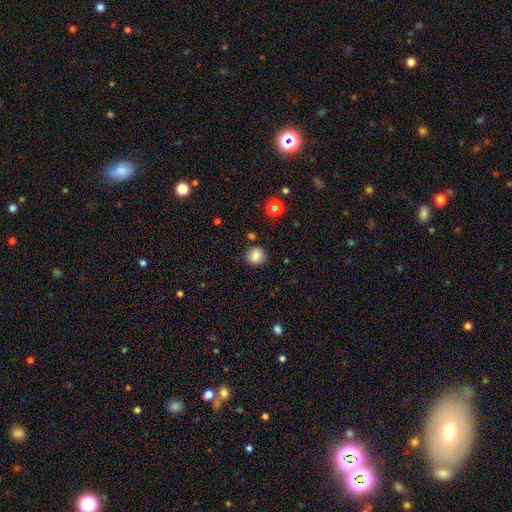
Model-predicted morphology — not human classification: smooth-or-featured: smooth: 81% | star or artifact: 12% | featured or disk: 7%
  how-rounded: round: 89% | in between: 10% | cigar-shaped: 1%
  merging: none: 86% | minor disturbance: 9% | merger: 3% | major disturbance: 2%